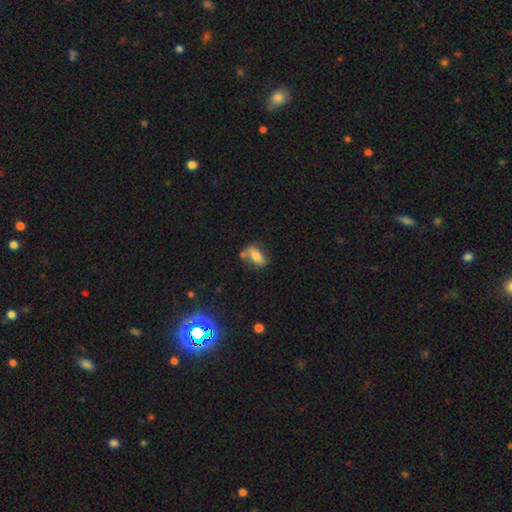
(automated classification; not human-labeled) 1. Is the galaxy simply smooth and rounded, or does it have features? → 66% smooth, 25% featured or disk, 10% star or artifact.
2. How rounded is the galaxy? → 80% in between, 14% cigar-shaped, 7% round.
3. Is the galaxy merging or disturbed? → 60% none, 20% minor disturbance, 14% merger, 6% major disturbance.